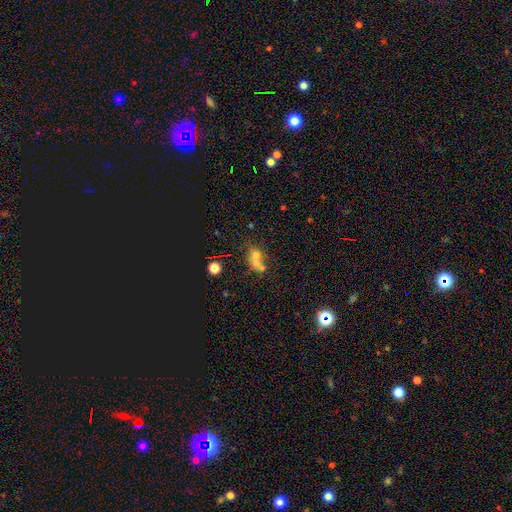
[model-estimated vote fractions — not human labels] smooth-or-featured: smooth: 52% | featured or disk: 24% | star or artifact: 24%
  how-rounded: round: 62% | in between: 35% | cigar-shaped: 3%
  merging: merger: 56% | none: 30% | minor disturbance: 8% | major disturbance: 6%